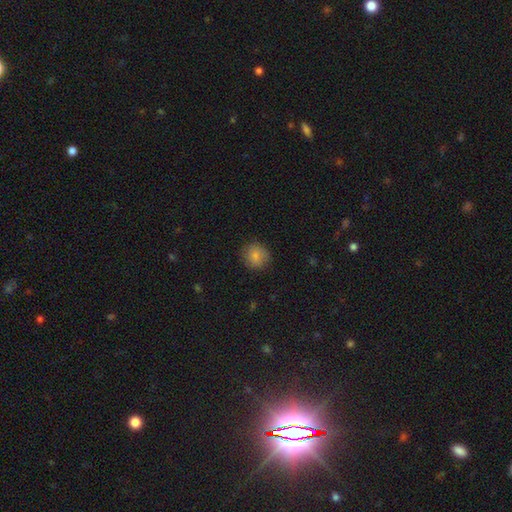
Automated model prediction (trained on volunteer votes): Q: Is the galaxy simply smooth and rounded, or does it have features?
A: smooth — 83%.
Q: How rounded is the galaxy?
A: round — 87%.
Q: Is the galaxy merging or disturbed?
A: none — 84%.